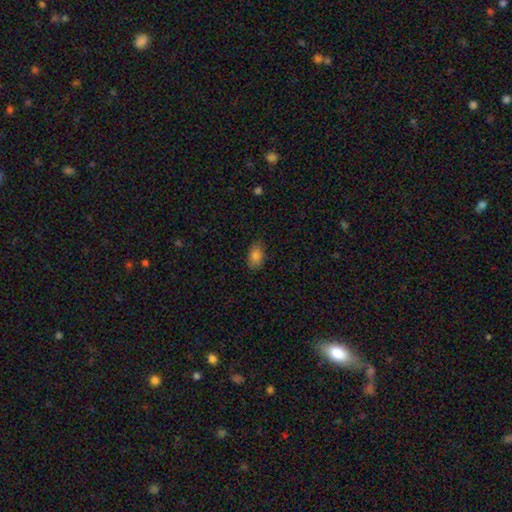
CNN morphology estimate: smooth_or_featured: smooth (p=0.85) [alt: star or artifact p=0.09]
how_rounded: in between (p=0.87) [alt: round p=0.11]
merging: none (p=0.79) [alt: minor disturbance p=0.16]